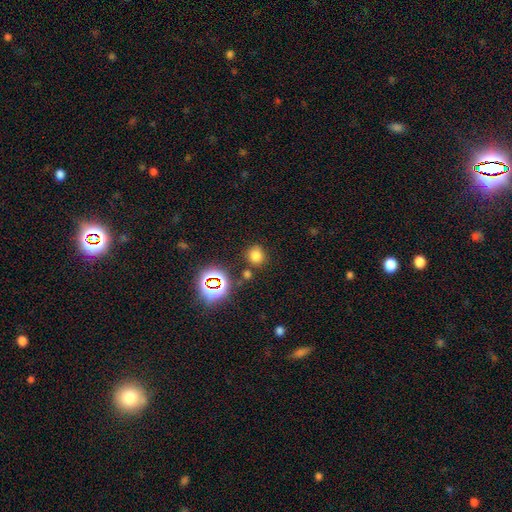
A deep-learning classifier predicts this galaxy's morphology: Q: Smooth or featured?
A: smooth (72%); runner-up: star or artifact (22%)
Q: How rounded?
A: round (81%); runner-up: in between (18%)
Q: Merging?
A: none (81%); runner-up: minor disturbance (9%)